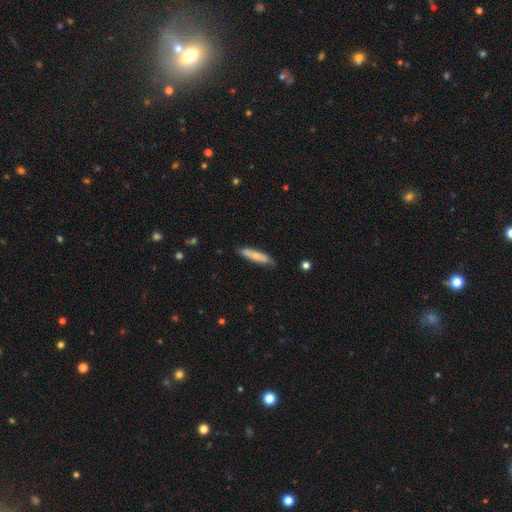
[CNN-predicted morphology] smooth-or-featured: smooth: 63% | featured or disk: 31% | star or artifact: 6%
  how-rounded: cigar-shaped: 83% | in between: 16% | round: 2%
  merging: none: 79% | minor disturbance: 16% | major disturbance: 3% | merger: 2%